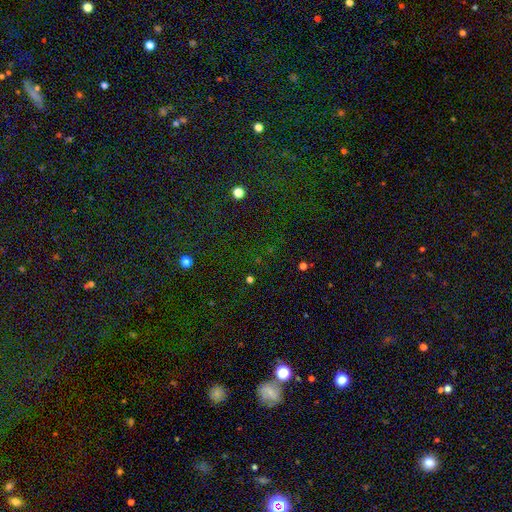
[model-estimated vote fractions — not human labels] A star or artifact, not a galaxy (70%).

Vote fractions:
- Smooth or featured? star or artifact: 70% / smooth: 21% / featured or disk: 9%